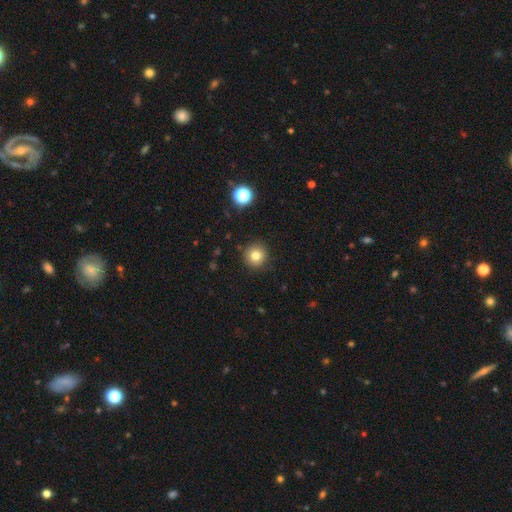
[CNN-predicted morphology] type=smooth (80%); roundness=round (94%); merging=none (91%).